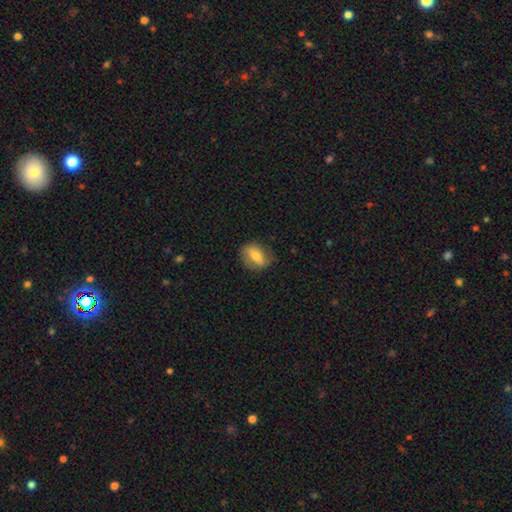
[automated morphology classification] Smooth or featured? Predicted: smooth (p=0.64). How rounded? Predicted: in between (p=0.72). Merging? Predicted: none (p=0.77).